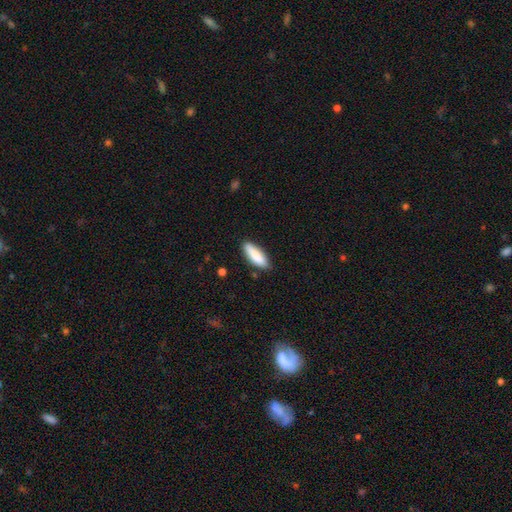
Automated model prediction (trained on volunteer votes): smooth_or_featured: smooth (p=0.84) [alt: featured or disk p=0.11]
how_rounded: in between (p=0.60) [alt: cigar-shaped p=0.38]
merging: none (p=0.85) [alt: minor disturbance p=0.12]